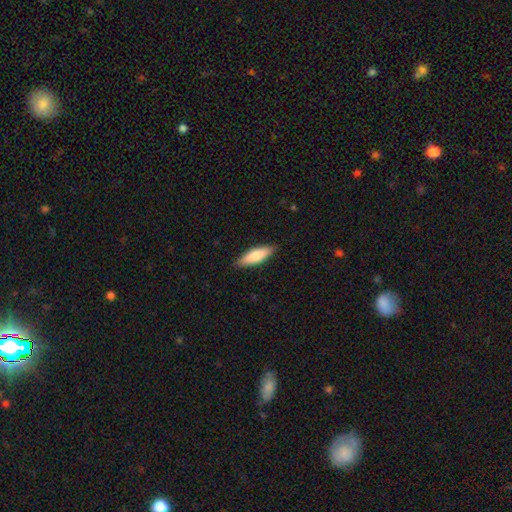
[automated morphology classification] Smooth or featured?
  - smooth: 79% *
  - featured or disk: 16%
  - star or artifact: 5%
How rounded?
  - in between: 51% *
  - cigar-shaped: 47%
  - round: 2%
Merging?
  - none: 87% *
  - minor disturbance: 10%
  - major disturbance: 2%
  - merger: 1%